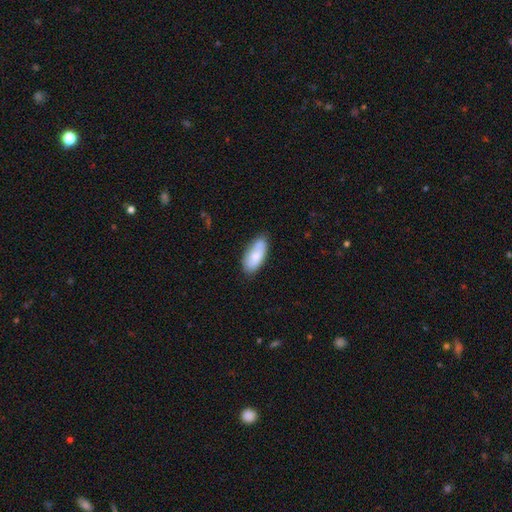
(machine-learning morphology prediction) Smooth or featured? smooth (73%)
How rounded? in between (87%)
Merging? none (67%)